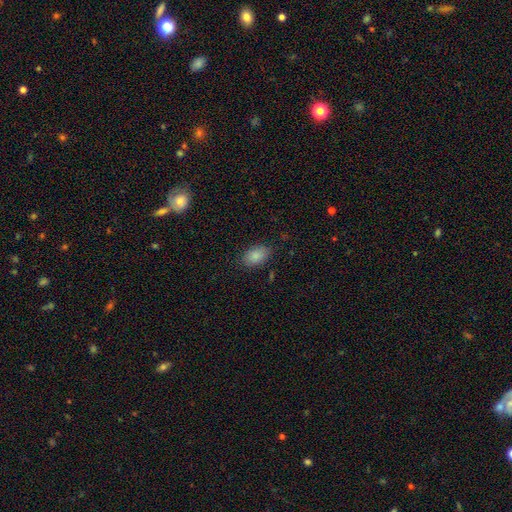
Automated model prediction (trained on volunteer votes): A smooth galaxy with no disk features (87%) that is in between round and cigar-shaped (91%). Merging: none (84%).